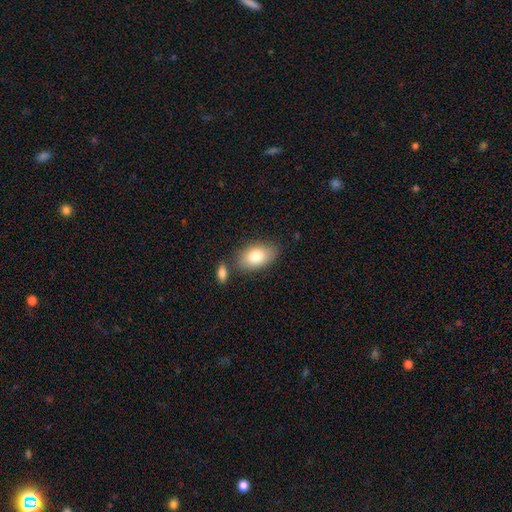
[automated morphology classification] type=smooth (80%); roundness=in between (91%); merging=none (75%).